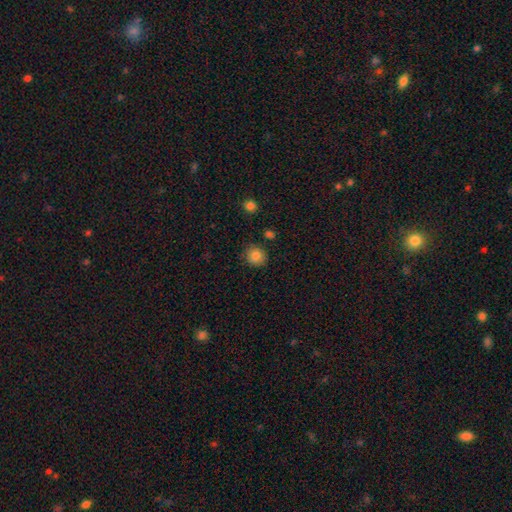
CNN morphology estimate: smooth-or-featured: smooth: 85% | star or artifact: 10% | featured or disk: 5%
  how-rounded: round: 87% | in between: 12% | cigar-shaped: 1%
  merging: none: 85% | minor disturbance: 10% | merger: 3% | major disturbance: 3%